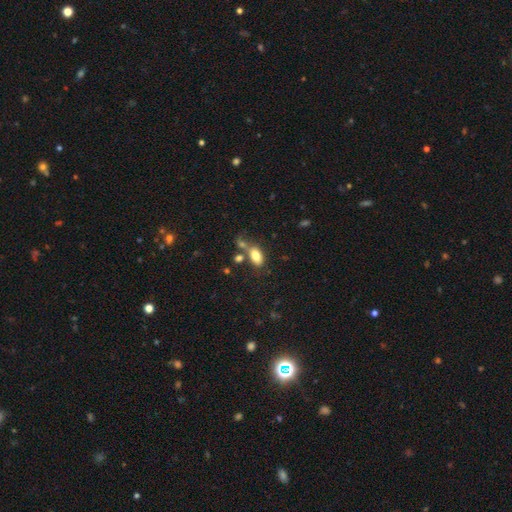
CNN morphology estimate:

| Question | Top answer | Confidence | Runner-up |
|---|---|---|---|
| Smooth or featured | smooth | 80% | featured or disk (12%) |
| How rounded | in between | 89% | round (6%) |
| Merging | none | 52% | merger (26%) |